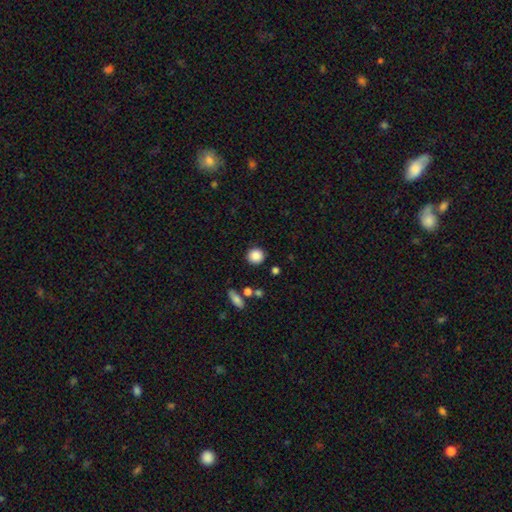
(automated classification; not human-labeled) A smooth galaxy with no disk features (87%) that is round (91%). Merging: none (87%).